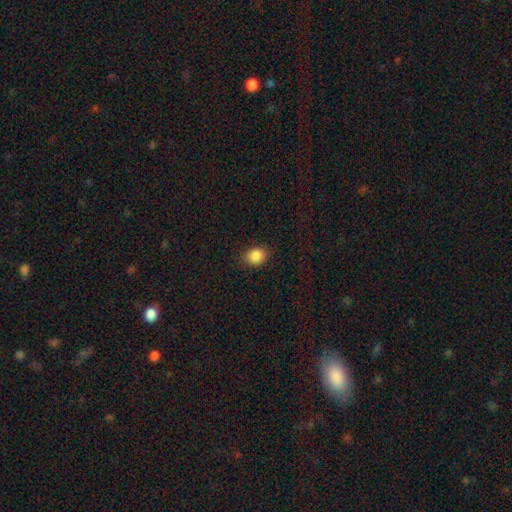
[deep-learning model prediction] smooth 87%, star or artifact 10%, featured or disk 4%. Down the decision tree: how rounded — in between (51%); merging — none (87%).